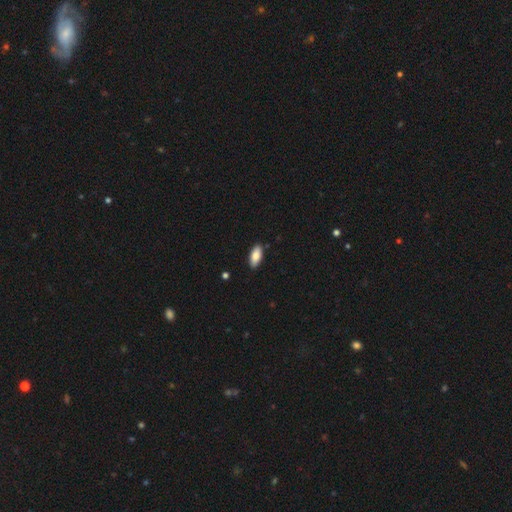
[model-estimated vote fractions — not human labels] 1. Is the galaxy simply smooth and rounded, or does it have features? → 84% smooth, 10% featured or disk, 6% star or artifact.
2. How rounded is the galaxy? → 87% in between, 11% cigar-shaped, 2% round.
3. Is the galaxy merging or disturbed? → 88% none, 9% minor disturbance, 2% major disturbance, 1% merger.